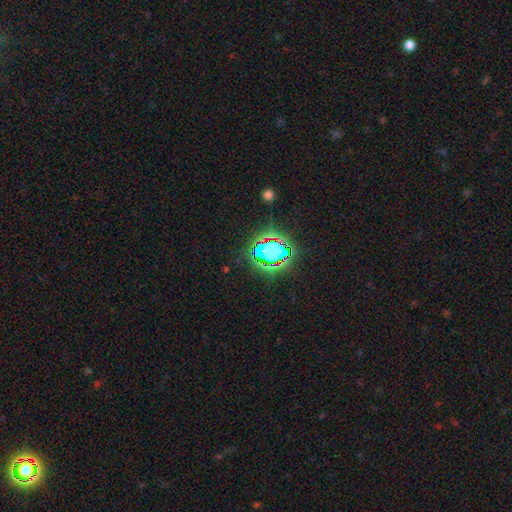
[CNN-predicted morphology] Overall: star or artifact (81%).